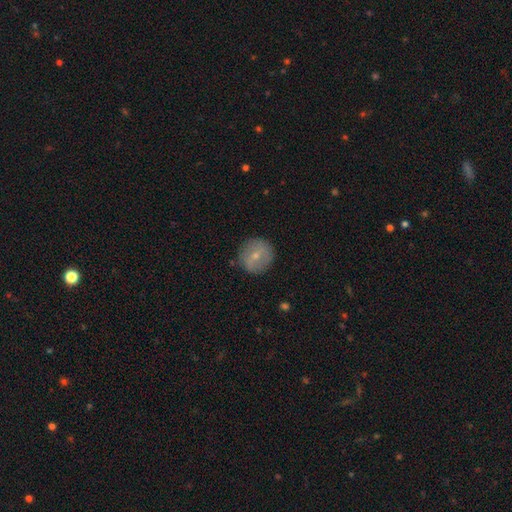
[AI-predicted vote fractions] smooth-or-featured: smooth: 58% | featured or disk: 33% | star or artifact: 9%
  how-rounded: round: 91% | in between: 8% | cigar-shaped: 1%
  merging: none: 85% | minor disturbance: 11% | major disturbance: 3% | merger: 1%